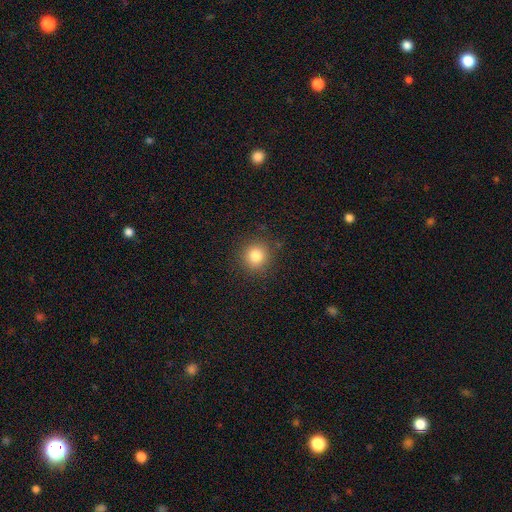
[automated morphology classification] The model was most divided on "smooth or featured": smooth: 81%, star or artifact: 12%, featured or disk: 6%. More confident: how rounded — round (91%); merging — none (88%).